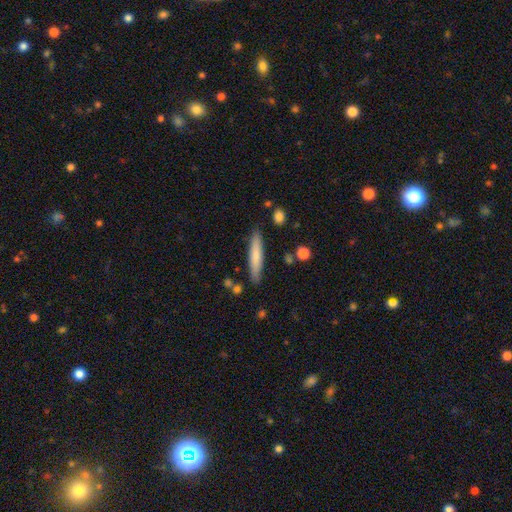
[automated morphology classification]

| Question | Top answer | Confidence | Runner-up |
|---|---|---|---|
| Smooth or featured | smooth | 71% | featured or disk (23%) |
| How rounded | cigar-shaped | 90% | in between (8%) |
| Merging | none | 85% | minor disturbance (10%) |